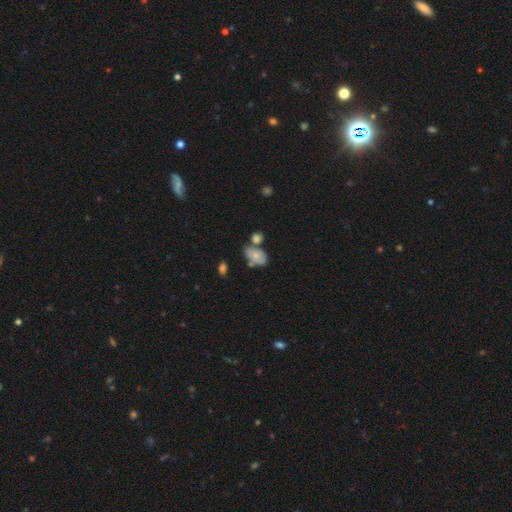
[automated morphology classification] Q: Smooth or featured?
A: smooth (72%); runner-up: featured or disk (19%)
Q: How rounded?
A: in between (86%); runner-up: round (13%)
Q: Merging?
A: none (42%); runner-up: merger (29%)